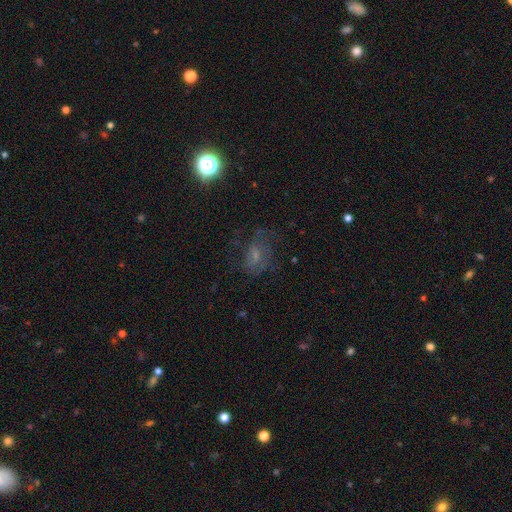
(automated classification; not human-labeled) Smooth or featured? Predicted: featured or disk (p=0.44). Merging? Predicted: none (p=0.51).